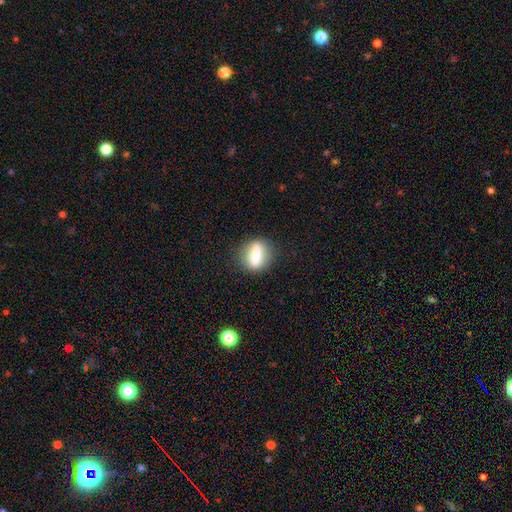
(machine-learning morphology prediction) Smooth or featured? Predicted: smooth (p=0.69). How rounded? Predicted: in between (p=0.52). Merging? Predicted: none (p=0.81).